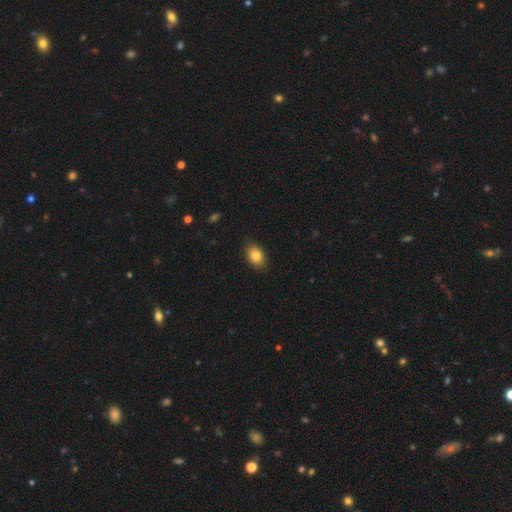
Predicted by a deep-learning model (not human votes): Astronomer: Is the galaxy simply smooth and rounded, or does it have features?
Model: smooth — 83%.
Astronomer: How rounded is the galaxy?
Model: in between — 81%.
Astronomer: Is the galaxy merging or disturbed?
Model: none — 85%.